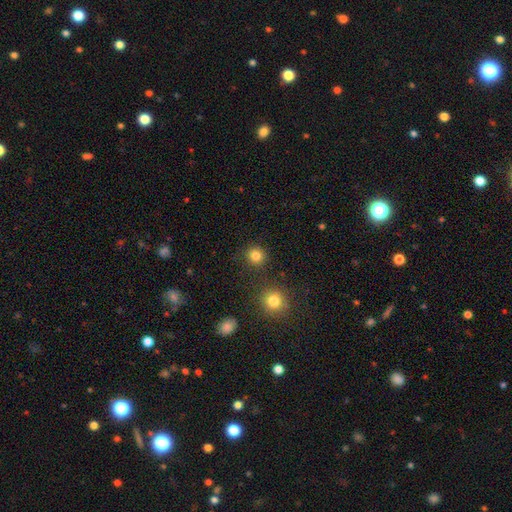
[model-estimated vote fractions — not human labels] This appears to be a smooth galaxy with no disk features (83%) that is round (93%). Merging: none (88%).